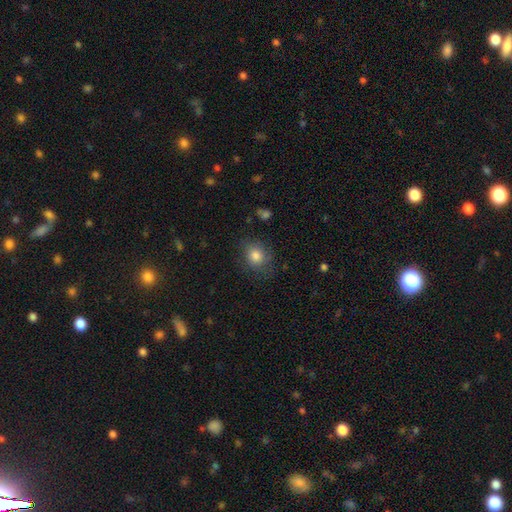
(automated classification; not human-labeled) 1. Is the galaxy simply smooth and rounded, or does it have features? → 82% smooth, 9% star or artifact, 9% featured or disk.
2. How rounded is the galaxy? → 66% round, 33% in between, 1% cigar-shaped.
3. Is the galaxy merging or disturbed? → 72% none, 19% minor disturbance, 7% major disturbance, 2% merger.